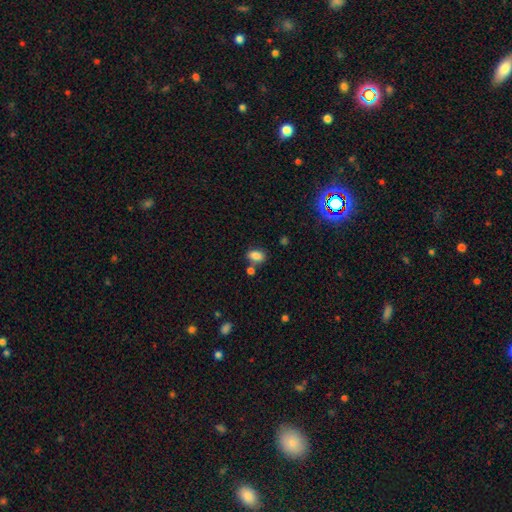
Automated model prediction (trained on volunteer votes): Smooth or featured? Predicted: smooth (p=0.83). How rounded? Predicted: in between (p=0.85). Merging? Predicted: none (p=0.68).